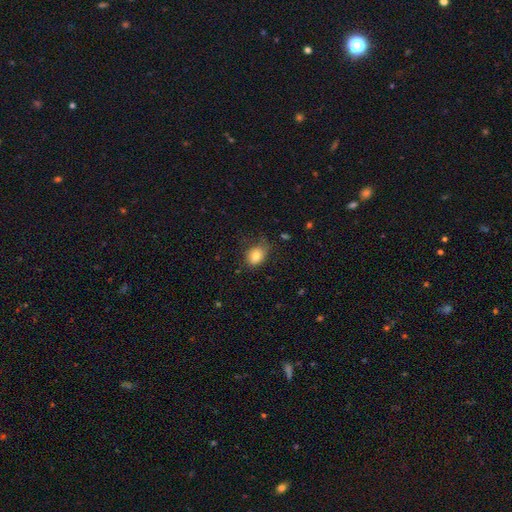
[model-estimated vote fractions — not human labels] A smooth galaxy with no disk features (82%) that is in between round and cigar-shaped (62%). Merging: none (66%).